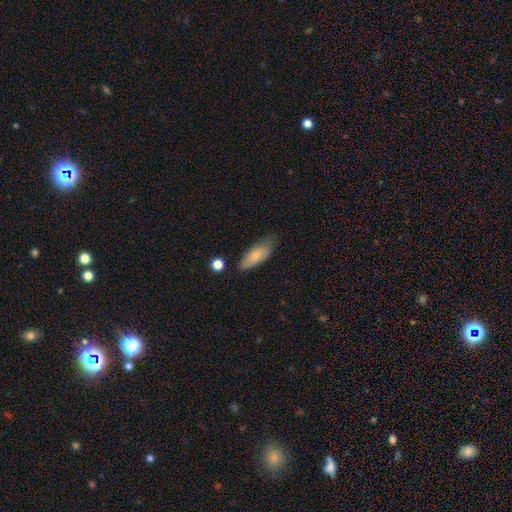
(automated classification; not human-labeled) This appears to be a smooth galaxy with no disk features (75%) that is in between round and cigar-shaped (75%). Merging: none (61%).